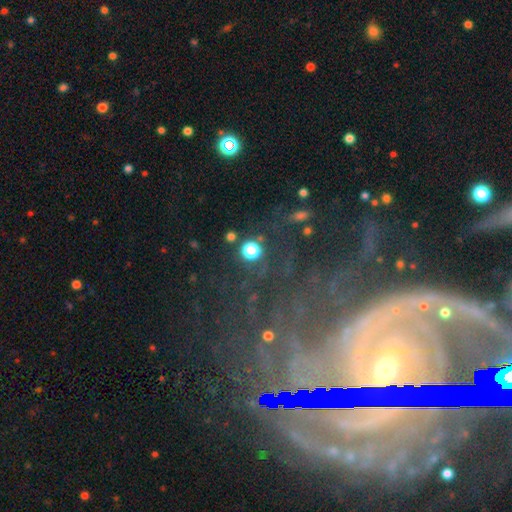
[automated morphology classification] This is likely a featured or disk galaxy (77%). It is clearly not viewed edge-on (94%). Bar: marginally no (38%). Spiral arm pattern: clearly yes (91%). Spiral arm count: marginally 2 (30%). Spiral winding: possibly tight (50%). Central bulge: possibly small (59%). Merging: possibly none (56%).